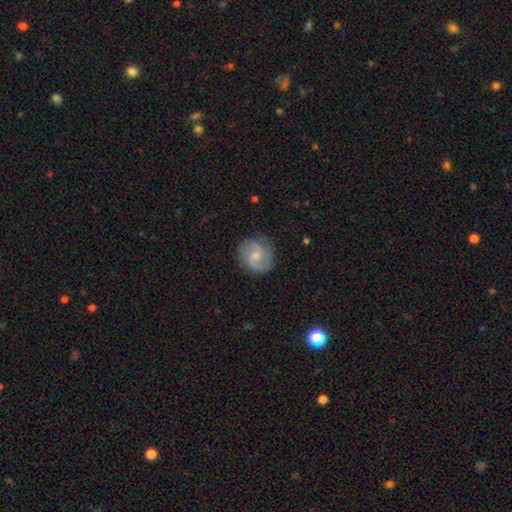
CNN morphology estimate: featured or disk 68%, smooth 25%, star or artifact 6%. Down the decision tree: edge-on disk — no (98%); bar — weak (50%); spiral arms — yes (94%); spiral arm count — 2 (89%); spiral winding — medium (51%); bulge size — small (46%); merging — none (83%).